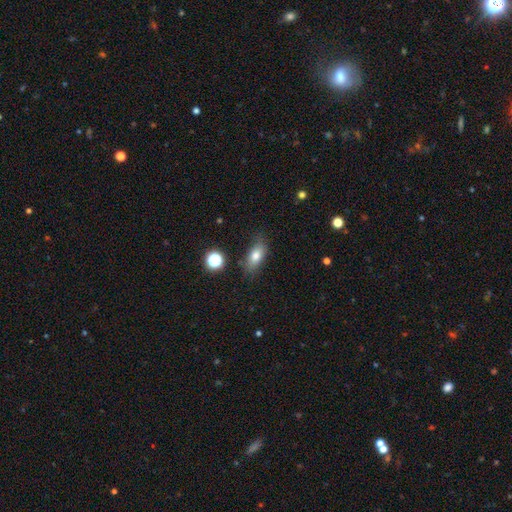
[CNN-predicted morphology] Smooth or featured? Predicted: smooth (p=0.78). How rounded? Predicted: in between (p=0.82). Merging? Predicted: none (p=0.76).